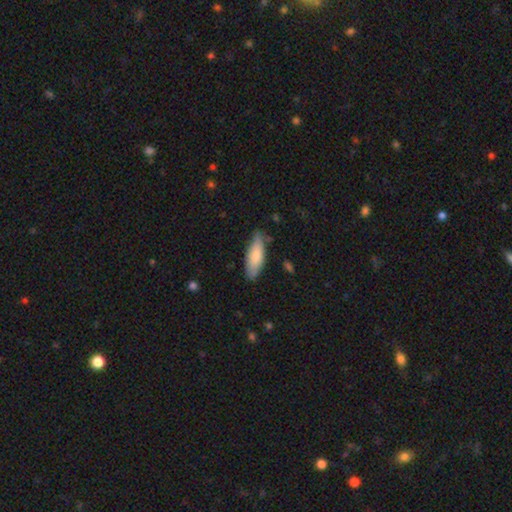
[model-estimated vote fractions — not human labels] Smooth or featured? smooth (76%)
How rounded? in between (62%)
Merging? none (75%)